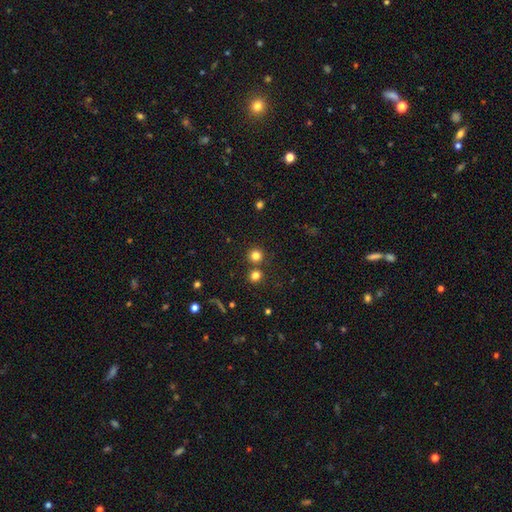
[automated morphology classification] Smooth or featured? Predicted: smooth (p=0.79). How rounded? Predicted: round (p=0.93). Merging? Predicted: none (p=0.78).